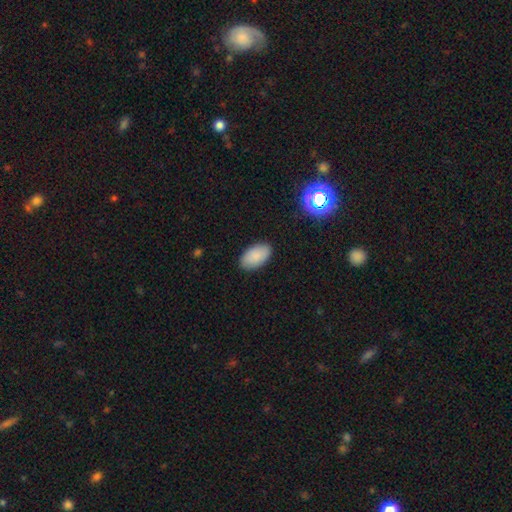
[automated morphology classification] smooth_or_featured: smooth (p=0.89) [alt: star or artifact p=0.07]
how_rounded: in between (p=0.95) [alt: round p=0.03]
merging: none (p=0.88) [alt: minor disturbance p=0.09]